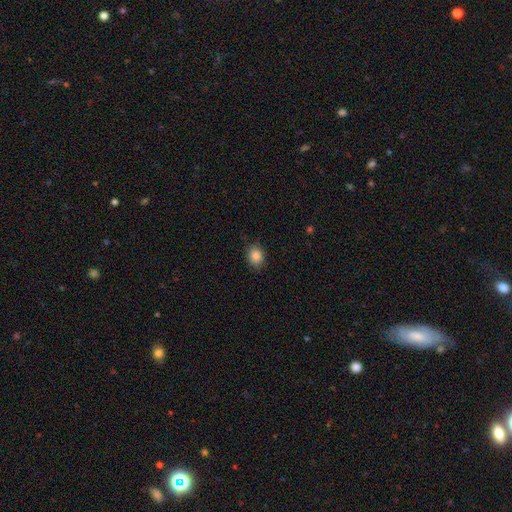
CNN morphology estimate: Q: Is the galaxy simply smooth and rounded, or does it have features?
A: smooth — 86%.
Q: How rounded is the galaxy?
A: round — 57%.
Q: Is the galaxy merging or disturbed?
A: none — 85%.